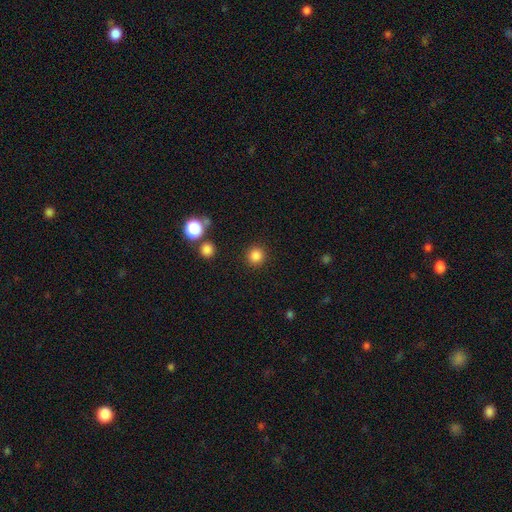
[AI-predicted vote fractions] Smooth or featured?
  - smooth: 84% *
  - star or artifact: 12%
  - featured or disk: 4%
How rounded?
  - round: 94% *
  - in between: 5%
  - cigar-shaped: 1%
Merging?
  - none: 90% *
  - minor disturbance: 5%
  - major disturbance: 2%
  - merger: 2%